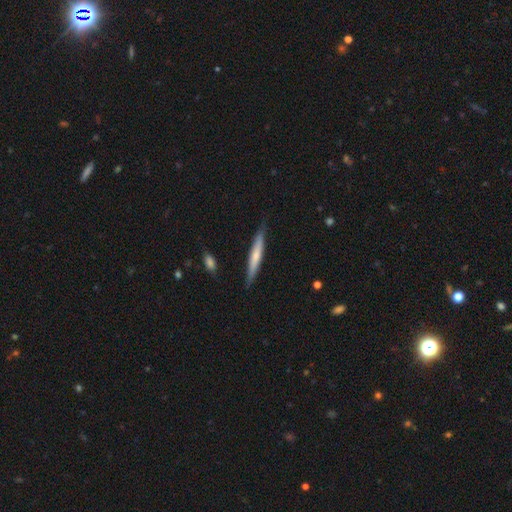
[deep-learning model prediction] Overall: smooth (54%; featured or disk 40%). How rounded: cigar-shaped (94%). Merging: none (85%).